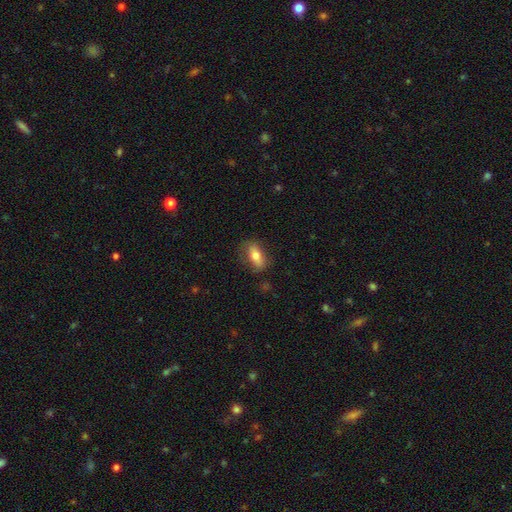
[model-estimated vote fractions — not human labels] Smooth or featured?
  - smooth: 69% *
  - featured or disk: 24%
  - star or artifact: 7%
How rounded?
  - in between: 78% *
  - cigar-shaped: 17%
  - round: 6%
Merging?
  - none: 76% *
  - minor disturbance: 17%
  - major disturbance: 5%
  - merger: 1%